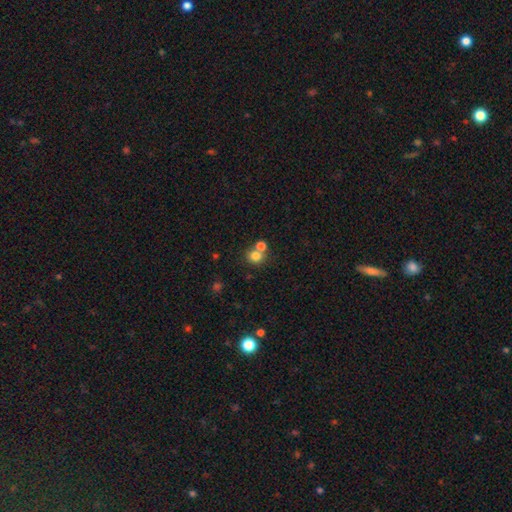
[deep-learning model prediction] The model was most divided on "merging": none: 50%, merger: 40%, minor disturbance: 7%, major disturbance: 3%. More confident: how rounded — round (80%); smooth or featured — smooth (77%).